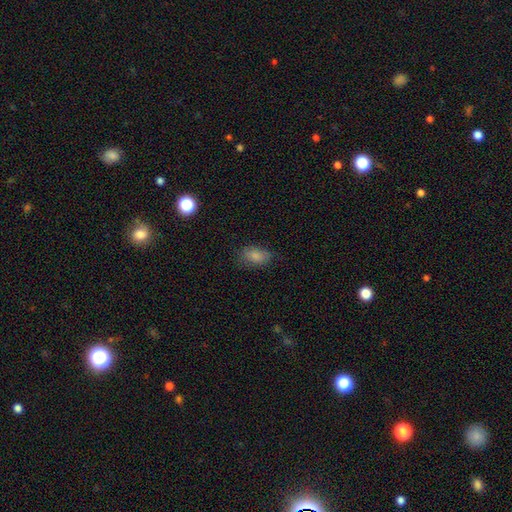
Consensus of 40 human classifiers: Morphology: type=smooth (80%); roundness=in between (94%); merging=none (69%).